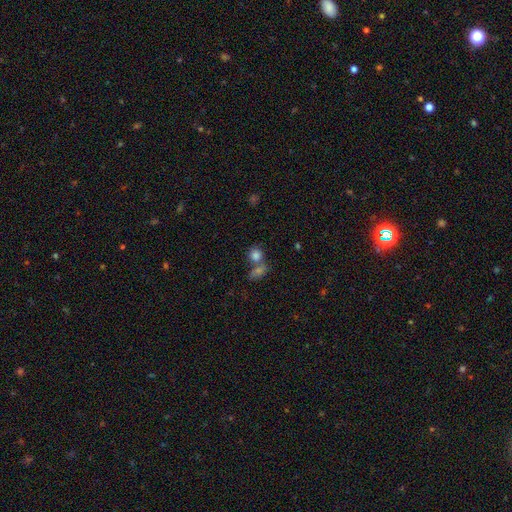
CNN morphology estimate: Smooth or featured? Predicted: smooth (p=0.81). How rounded? Predicted: round (p=0.79). Merging? Predicted: none (p=0.44).